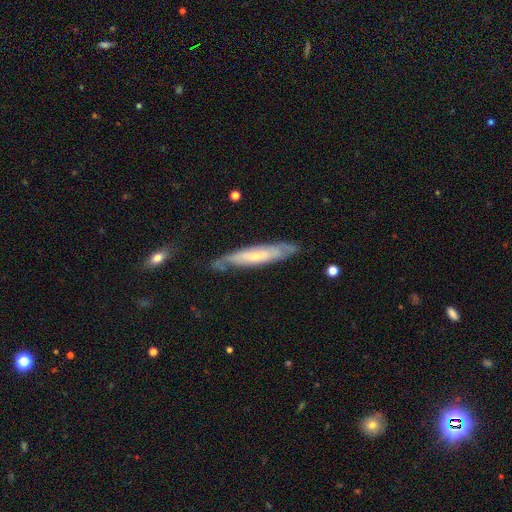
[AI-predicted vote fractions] This appears to be a featured or disk galaxy (64%) with not edge-on (50%, tied with yes). Merging: none (70%).